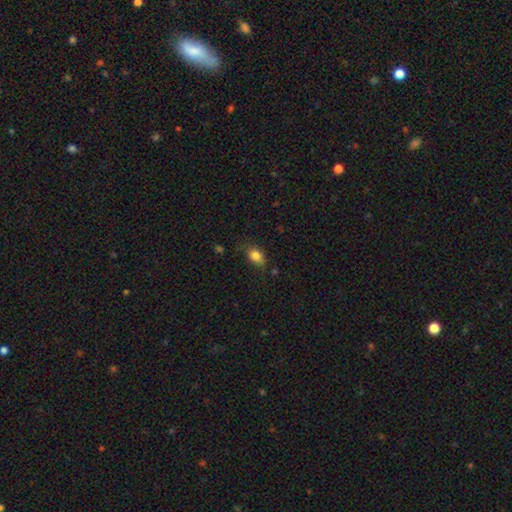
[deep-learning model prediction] Morphology: type=smooth (83%); roundness=in between (74%); merging=none (71%).